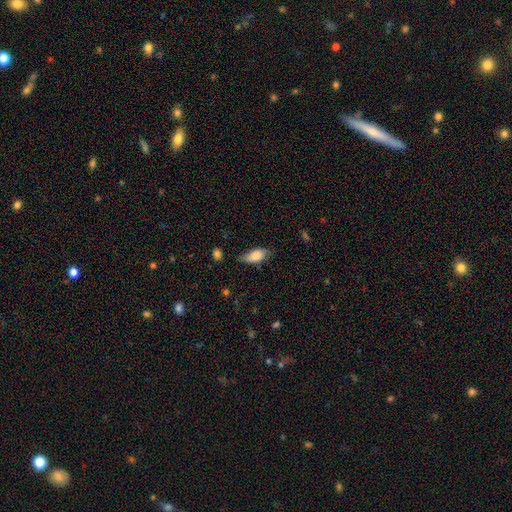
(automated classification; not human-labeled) smooth-or-featured: smooth: 80% | featured or disk: 13% | star or artifact: 7%
  how-rounded: in between: 86% | cigar-shaped: 11% | round: 3%
  merging: none: 62% | minor disturbance: 29% | major disturbance: 6% | merger: 2%